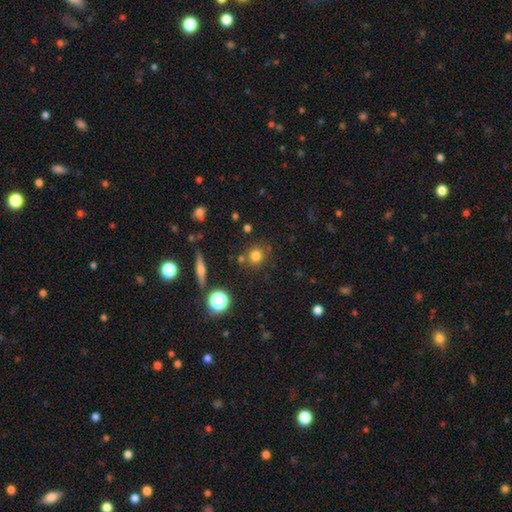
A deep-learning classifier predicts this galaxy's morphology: Smooth or featured? smooth (75%)
How rounded? round (89%)
Merging? none (79%)